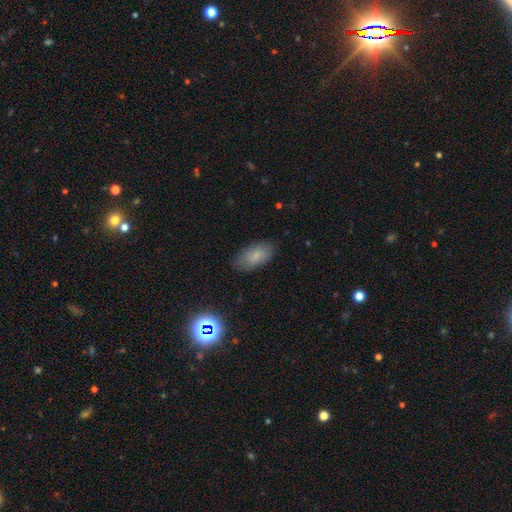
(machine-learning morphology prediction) Smooth or featured? smooth (77%)
How rounded? in between (93%)
Merging? none (81%)